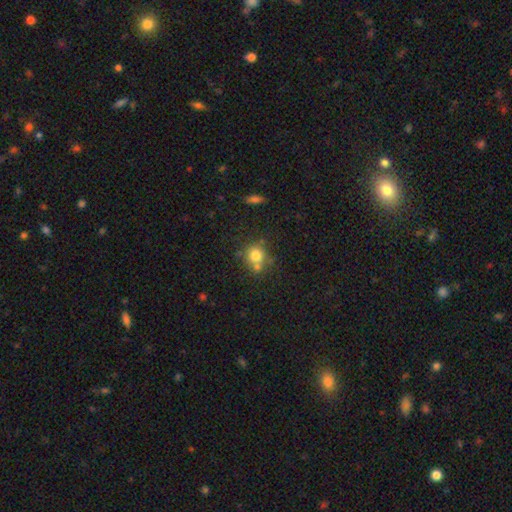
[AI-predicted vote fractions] The model was most divided on "merging": none: 57%, merger: 27%, minor disturbance: 12%, major disturbance: 4%. More confident: how rounded — round (85%); smooth or featured — smooth (75%).